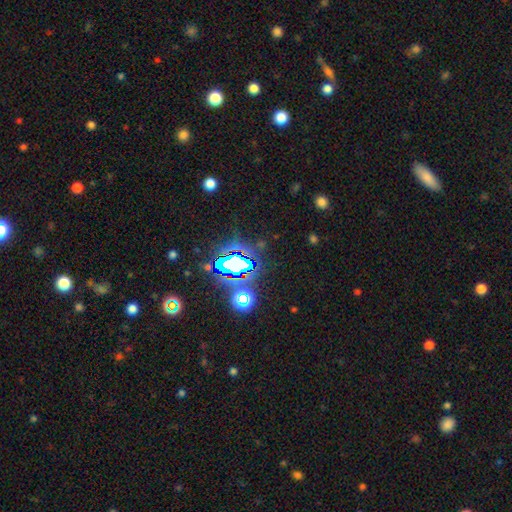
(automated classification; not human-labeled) This is likely a star or artifact rather than a galaxy (78%).